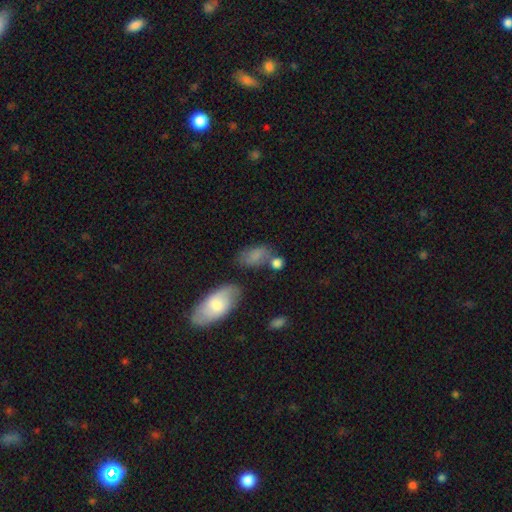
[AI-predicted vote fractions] Morphology: type=smooth (74%); roundness=in between (87%); merging=none (50%).